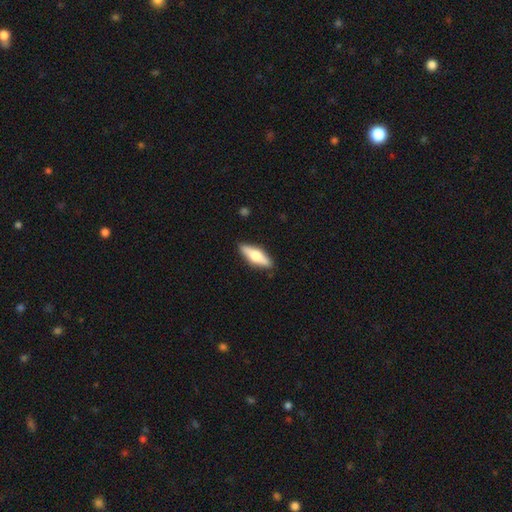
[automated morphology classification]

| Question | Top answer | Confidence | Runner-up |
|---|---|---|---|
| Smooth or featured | smooth | 49% | featured or disk (46%) |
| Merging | none | 88% | minor disturbance (9%) |